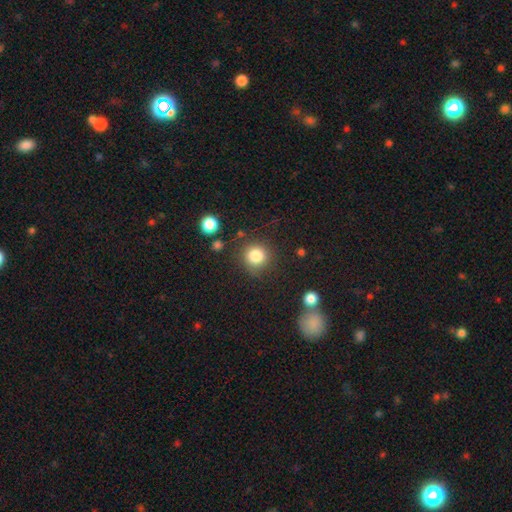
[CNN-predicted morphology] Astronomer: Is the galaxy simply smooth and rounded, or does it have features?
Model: smooth — 84%.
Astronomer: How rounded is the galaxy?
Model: round — 92%.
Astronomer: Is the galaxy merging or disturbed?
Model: none — 80%.